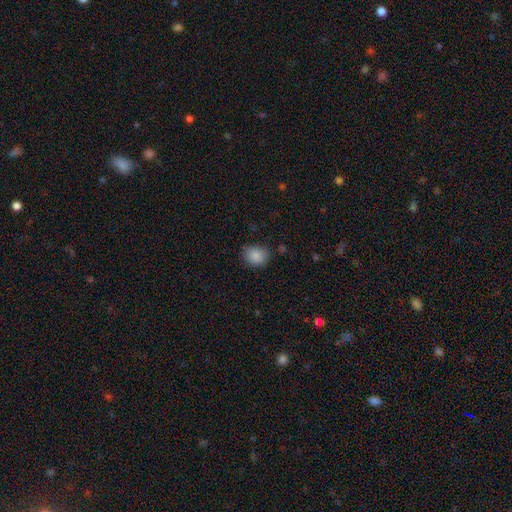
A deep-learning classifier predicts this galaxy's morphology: The model was most divided on "how rounded": round: 59%, in between: 40%, cigar-shaped: 1%. More confident: smooth or featured — smooth (87%); merging — none (83%).